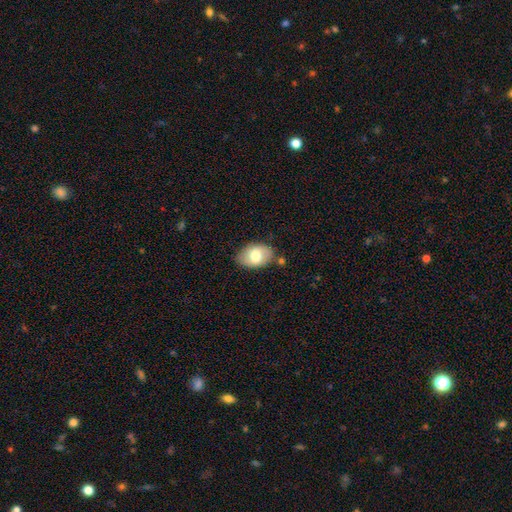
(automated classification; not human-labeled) Morphology: type=smooth (71%); roundness=in between (88%); merging=none (76%).